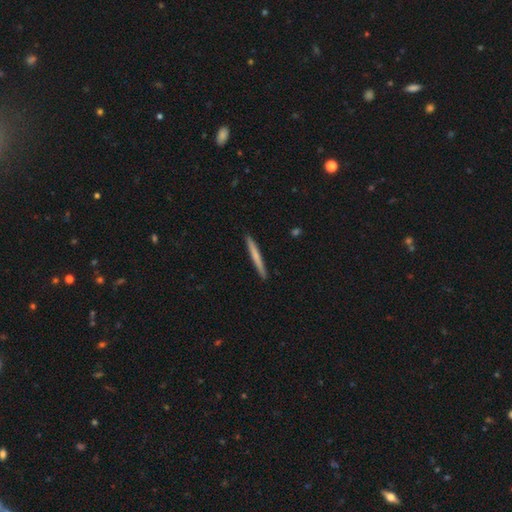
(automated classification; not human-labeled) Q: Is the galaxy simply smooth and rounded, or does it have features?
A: smooth — 66%.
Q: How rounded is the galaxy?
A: cigar-shaped — 97%.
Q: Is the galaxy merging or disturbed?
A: none — 92%.